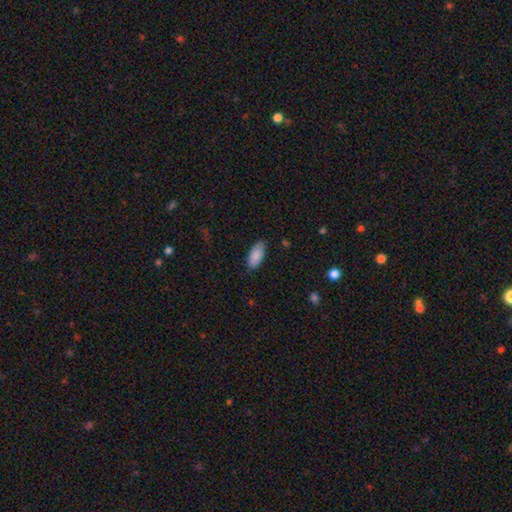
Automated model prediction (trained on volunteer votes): A smooth galaxy with no disk features (88%) that is in between round and cigar-shaped (90%).

Vote fractions:
- Smooth or featured? smooth: 88% / star or artifact: 6% / featured or disk: 5%
- How rounded? in between: 90% / cigar-shaped: 9% / round: 2%
- Merging? none: 78% / minor disturbance: 17% / major disturbance: 3% / merger: 1%